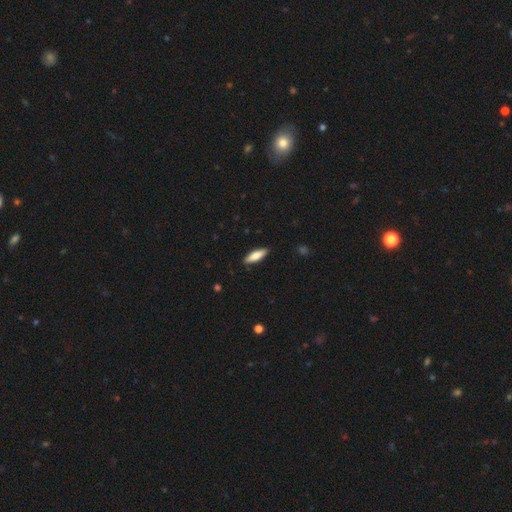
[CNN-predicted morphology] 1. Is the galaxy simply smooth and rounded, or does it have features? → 78% smooth, 16% featured or disk, 6% star or artifact.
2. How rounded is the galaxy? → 49% in between (tied), 49% cigar-shaped (tied), 2% round.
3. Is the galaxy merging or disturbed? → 89% none, 8% minor disturbance, 2% major disturbance, 1% merger.